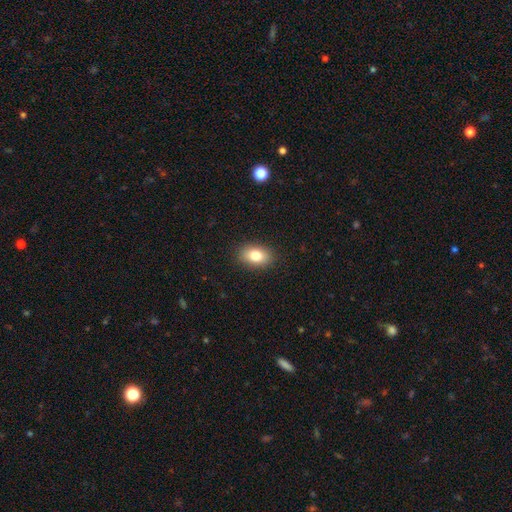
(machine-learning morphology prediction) smooth_or_featured: smooth (p=0.81) [alt: featured or disk p=0.10]
how_rounded: in between (p=0.85) [alt: round p=0.13]
merging: none (p=0.89) [alt: minor disturbance p=0.08]